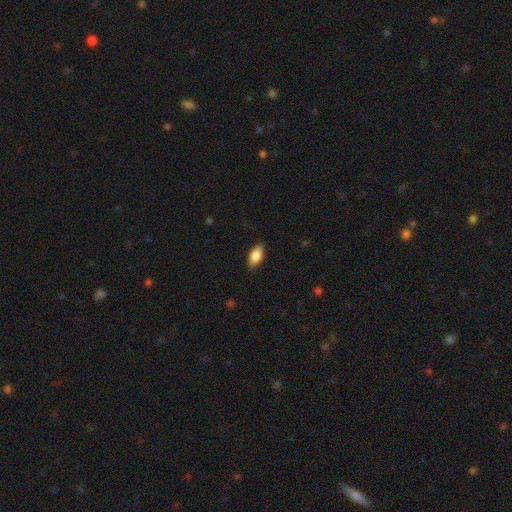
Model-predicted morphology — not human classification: This is likely a smooth galaxy (80%). How rounded: clearly in between (86%). Merging: clearly none (87%).